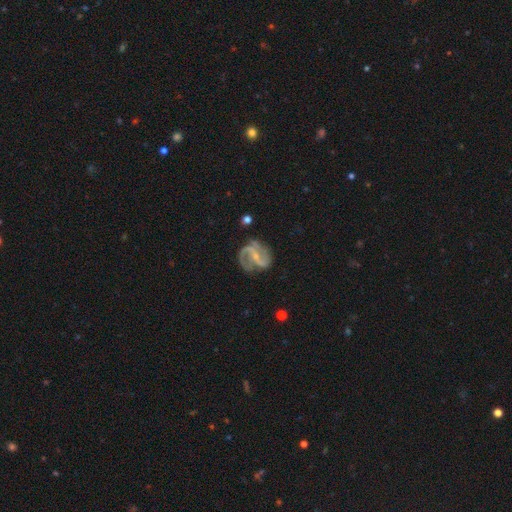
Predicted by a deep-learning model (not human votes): Q: Smooth or featured?
A: featured or disk (88%); runner-up: smooth (7%)
Q: Edge-on disk?
A: no (98%); runner-up: yes (2%)
Q: Bar?
A: weak (40%); runner-up: strong (36%)
Q: Spiral arms?
A: yes (96%); runner-up: no (4%)
Q: Spiral winding?
A: medium (50%); runner-up: loose (34%)
Q: Spiral arm count?
A: 2 (74%); runner-up: 3 (13%)
Q: Bulge size?
A: small (71%); runner-up: moderate (24%)
Q: Merging?
A: none (65%); runner-up: minor disturbance (21%)